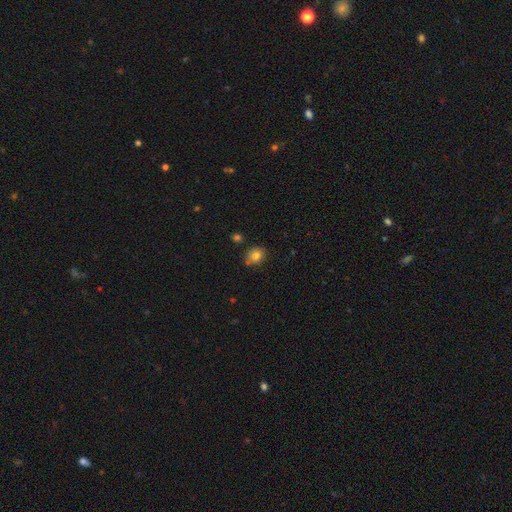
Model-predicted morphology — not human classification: smooth-or-featured: smooth: 81% | star or artifact: 12% | featured or disk: 8%
  how-rounded: round: 74% | in between: 26% | cigar-shaped: 1%
  merging: none: 76% | minor disturbance: 14% | merger: 7% | major disturbance: 3%